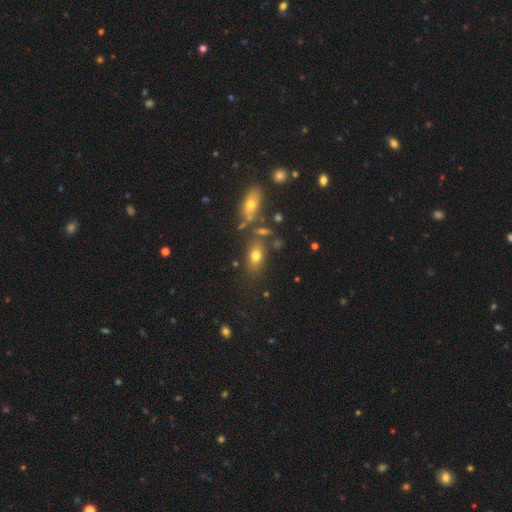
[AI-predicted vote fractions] Q: Smooth or featured?
A: smooth (70%); runner-up: featured or disk (17%)
Q: How rounded?
A: in between (81%); runner-up: round (13%)
Q: Merging?
A: none (66%); runner-up: minor disturbance (14%)